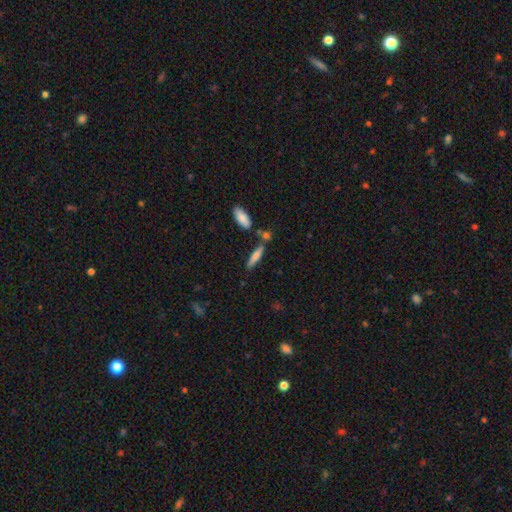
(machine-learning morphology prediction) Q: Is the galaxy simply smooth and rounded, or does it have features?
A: smooth — 66%.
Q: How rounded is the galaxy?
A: cigar-shaped — 76%.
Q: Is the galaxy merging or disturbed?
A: none — 69%.